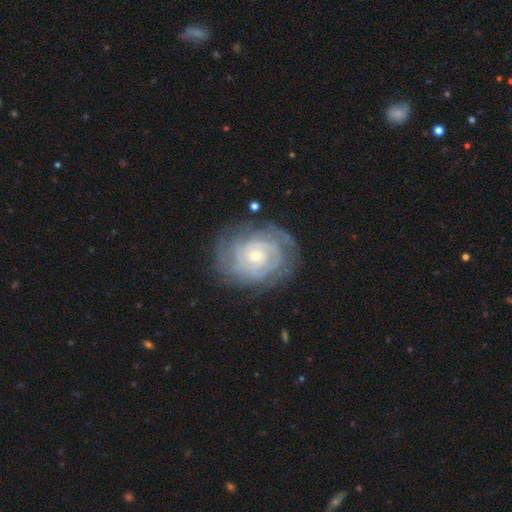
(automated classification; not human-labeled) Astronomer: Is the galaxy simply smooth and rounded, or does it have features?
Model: featured or disk — 86%.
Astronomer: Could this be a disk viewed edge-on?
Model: no — 97%.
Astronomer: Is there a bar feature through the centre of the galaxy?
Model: no — 76%.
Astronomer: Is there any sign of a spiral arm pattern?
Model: yes — 96%.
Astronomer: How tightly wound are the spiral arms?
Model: tight — 79%.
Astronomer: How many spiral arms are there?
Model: can't tell — 35% (runner-up: 2, 19%).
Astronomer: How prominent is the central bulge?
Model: small — 68%.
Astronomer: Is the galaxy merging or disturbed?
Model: none — 76%.